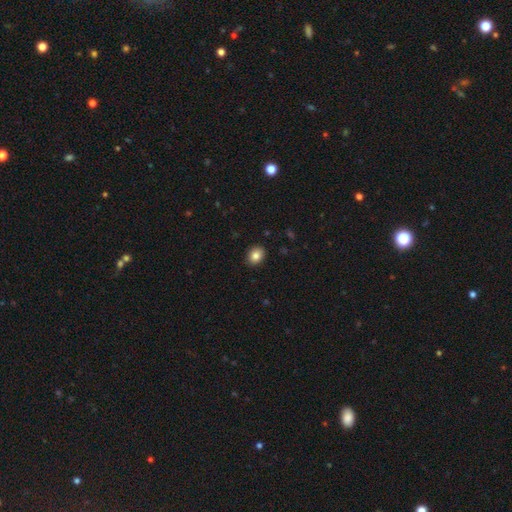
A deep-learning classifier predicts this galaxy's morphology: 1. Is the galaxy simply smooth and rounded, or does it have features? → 85% smooth, 9% star or artifact, 6% featured or disk.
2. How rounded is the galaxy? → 55% in between, 45% round, 1% cigar-shaped.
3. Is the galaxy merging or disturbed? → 90% none, 7% minor disturbance, 2% major disturbance, 1% merger.